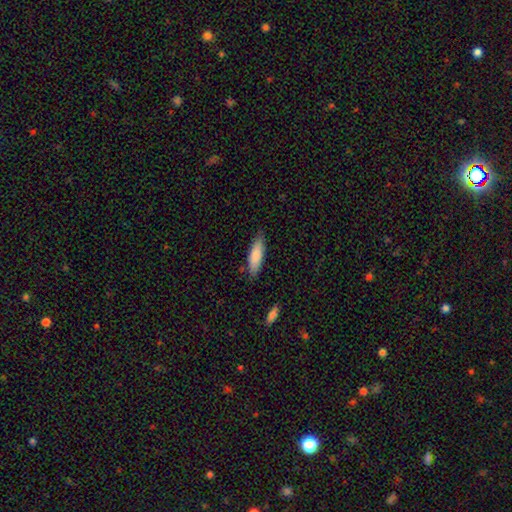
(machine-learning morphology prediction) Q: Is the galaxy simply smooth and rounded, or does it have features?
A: smooth — 83%.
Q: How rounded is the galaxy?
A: in between — 49%, tied with cigar-shaped.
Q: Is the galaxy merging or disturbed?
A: none — 81%.